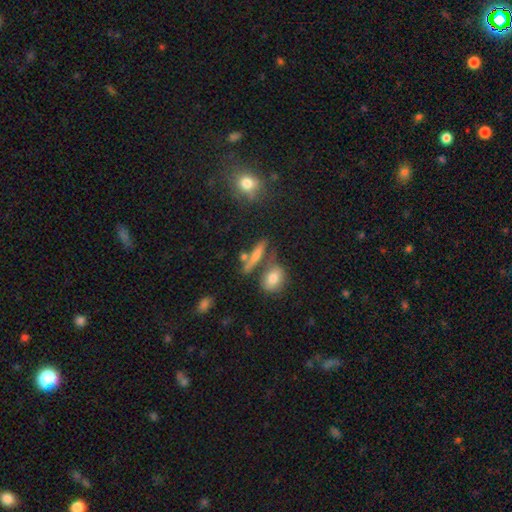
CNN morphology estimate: Smooth or featured: smooth — 62% (featured or disk — 25%)
How rounded: cigar-shaped — 71% (in between — 22%)
Merging: none — 60% (merger — 20%)